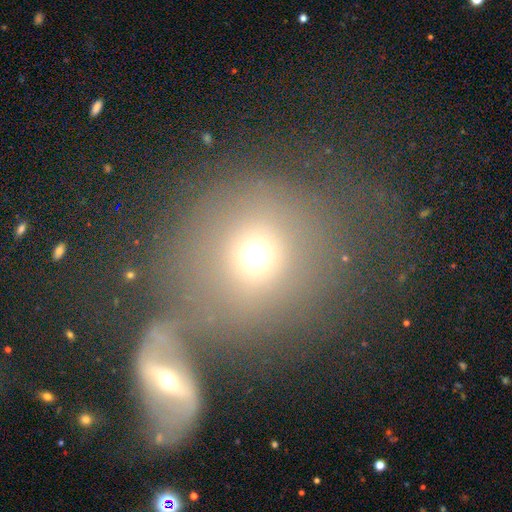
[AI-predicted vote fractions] Smooth or featured?
  - smooth: 65% *
  - featured or disk: 20%
  - star or artifact: 15%
How rounded?
  - round: 89% *
  - in between: 10%
  - cigar-shaped: 1%
Merging?
  - none: 42% *
  - merger: 34%
  - major disturbance: 13%
  - minor disturbance: 11%